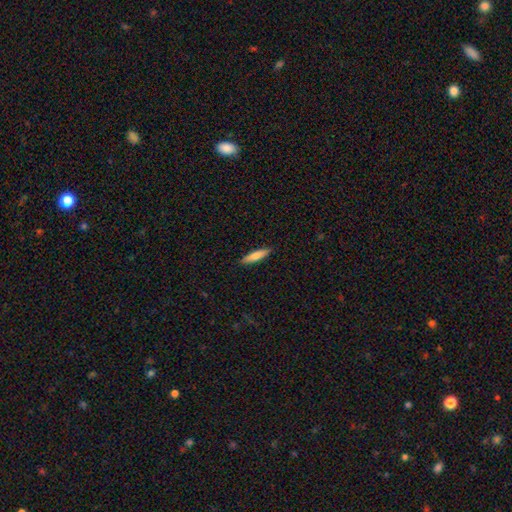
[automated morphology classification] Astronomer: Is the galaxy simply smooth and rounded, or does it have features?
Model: smooth — 79%.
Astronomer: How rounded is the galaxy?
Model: cigar-shaped — 80%.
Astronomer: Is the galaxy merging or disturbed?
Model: none — 90%.